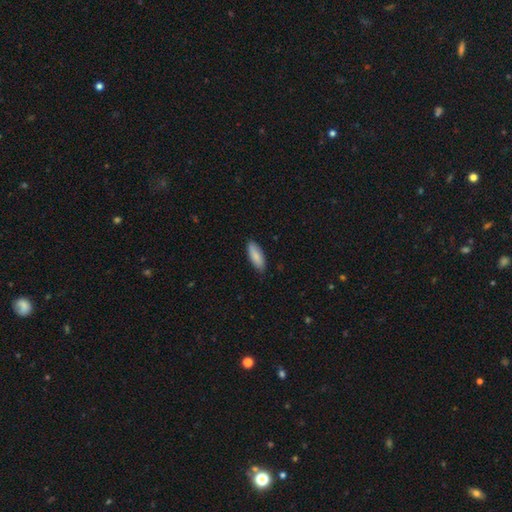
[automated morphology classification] This is clearly a smooth galaxy (86%). How rounded: likely in between (69%). Merging: clearly none (84%).